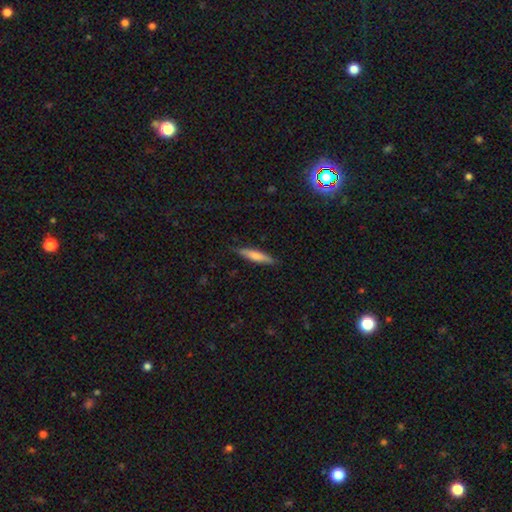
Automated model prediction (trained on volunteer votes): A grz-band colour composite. It shows a smooth galaxy with no disk features (69%) that is cigar-shaped (83%). Merging: none (83%).